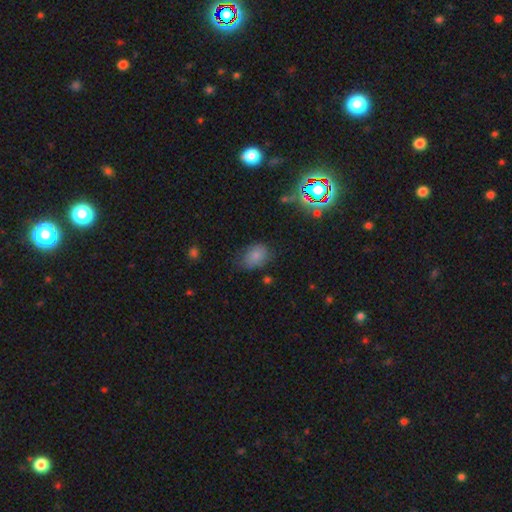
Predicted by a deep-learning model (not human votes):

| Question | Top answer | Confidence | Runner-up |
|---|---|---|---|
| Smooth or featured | smooth | 77% | star or artifact (12%) |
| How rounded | in between | 73% | round (26%) |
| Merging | none | 61% | minor disturbance (28%) |